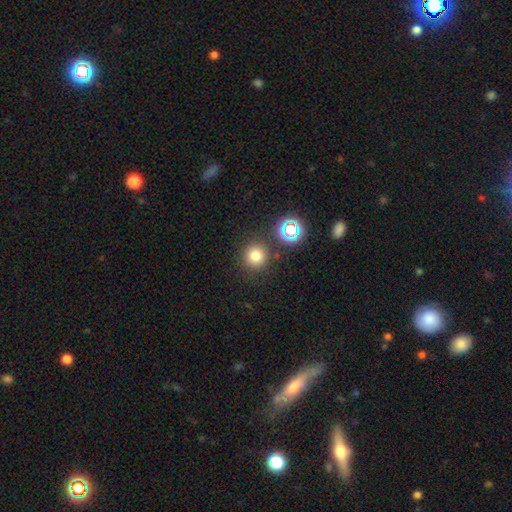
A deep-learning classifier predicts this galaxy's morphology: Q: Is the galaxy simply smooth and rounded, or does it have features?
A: smooth — 76%.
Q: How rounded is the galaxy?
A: round — 93%.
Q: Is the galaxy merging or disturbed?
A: none — 84%.